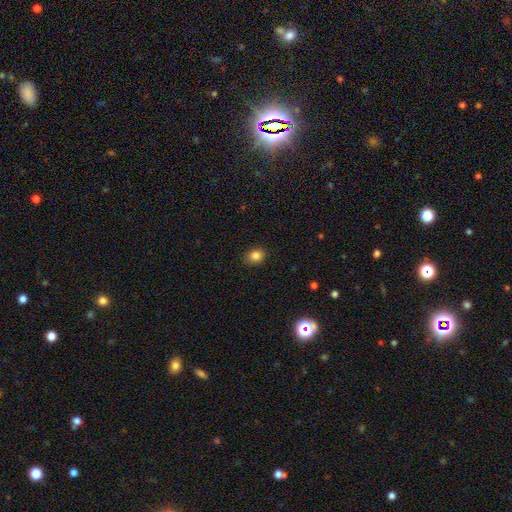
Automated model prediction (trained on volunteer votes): Q: Smooth or featured?
A: smooth (84%); runner-up: star or artifact (11%)
Q: How rounded?
A: round (52%); runner-up: in between (47%)
Q: Merging?
A: none (88%); runner-up: minor disturbance (8%)